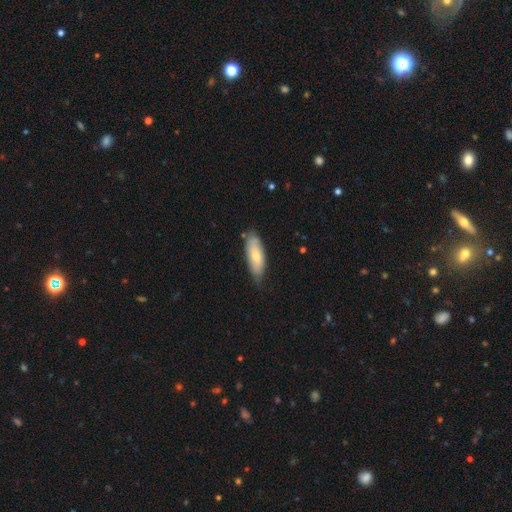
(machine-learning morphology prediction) Q: Smooth or featured?
A: smooth (67%); runner-up: featured or disk (28%)
Q: How rounded?
A: in between (68%); runner-up: cigar-shaped (30%)
Q: Merging?
A: none (71%); runner-up: minor disturbance (23%)